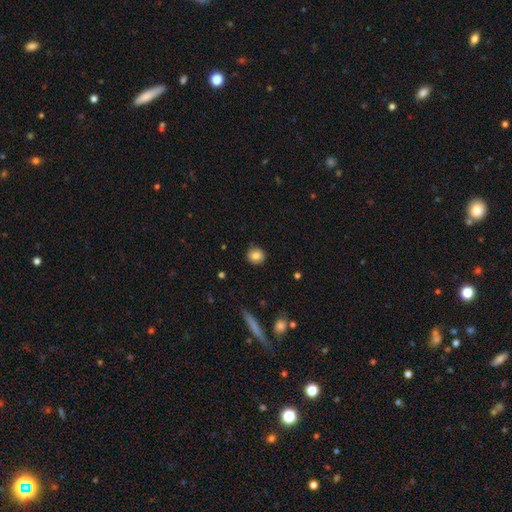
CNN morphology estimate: Smooth or featured: smooth — 82% (star or artifact — 9%)
How rounded: round — 88% (in between — 11%)
Merging: none — 87% (minor disturbance — 10%)